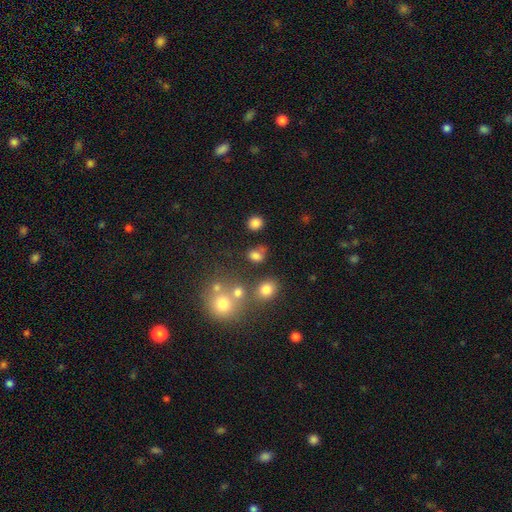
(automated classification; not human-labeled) Smooth or featured? Predicted: smooth (p=0.76). How rounded? Predicted: in between (p=0.52). Merging? Predicted: none (p=0.63).